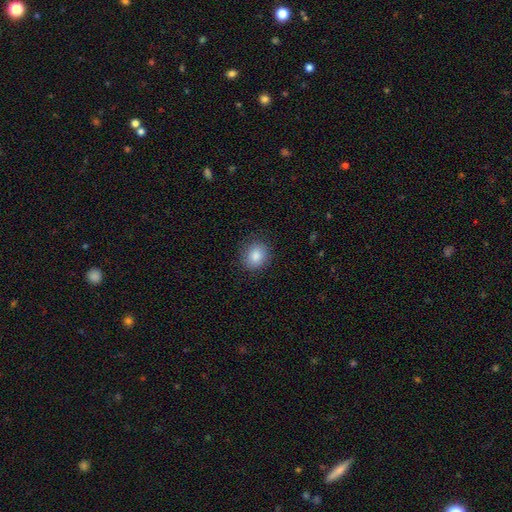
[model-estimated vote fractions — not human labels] smooth 86%, star or artifact 9%, featured or disk 5%. Down the decision tree: how rounded — round (76%); merging — none (85%).